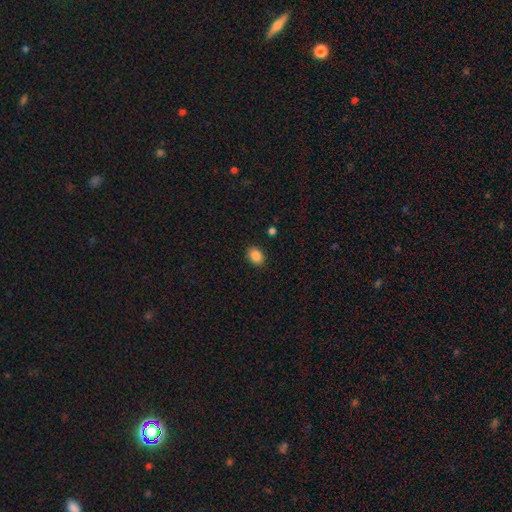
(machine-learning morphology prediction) A smooth galaxy with no disk features (87%) that is in between round and cigar-shaped (65%).

Vote fractions:
- Smooth or featured? smooth: 87% / star or artifact: 9% / featured or disk: 4%
- How rounded? in between: 65% / round: 35% / cigar-shaped: 1%
- Merging? none: 89% / minor disturbance: 8% / major disturbance: 2% / merger: 1%